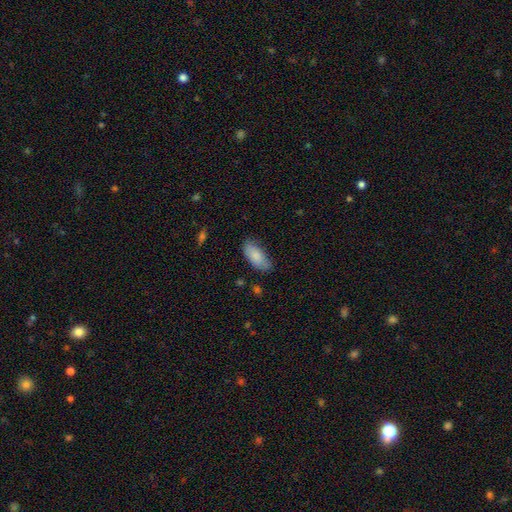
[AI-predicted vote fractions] The model was most divided on "merging": none: 71%, minor disturbance: 22%, major disturbance: 5%, merger: 2%. More confident: how rounded — in between (86%); smooth or featured — smooth (85%).